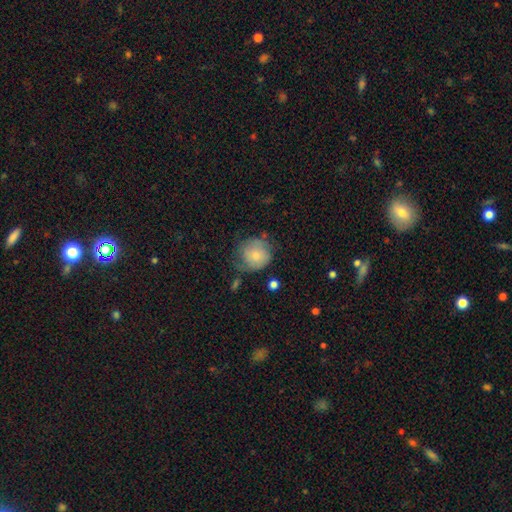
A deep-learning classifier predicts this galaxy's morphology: The model was most divided on "merging": none: 50%, minor disturbance: 31%, major disturbance: 14%, merger: 5%. More confident: how rounded — round (86%); smooth or featured — smooth (71%).